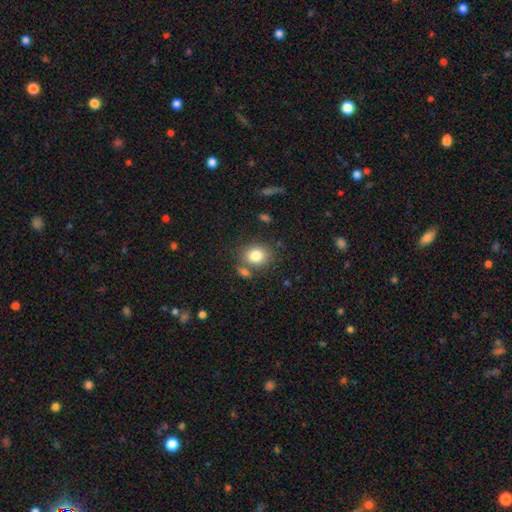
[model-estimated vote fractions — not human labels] Q: Smooth or featured?
A: smooth (82%); runner-up: star or artifact (10%)
Q: How rounded?
A: round (66%); runner-up: in between (33%)
Q: Merging?
A: none (70%); runner-up: merger (14%)